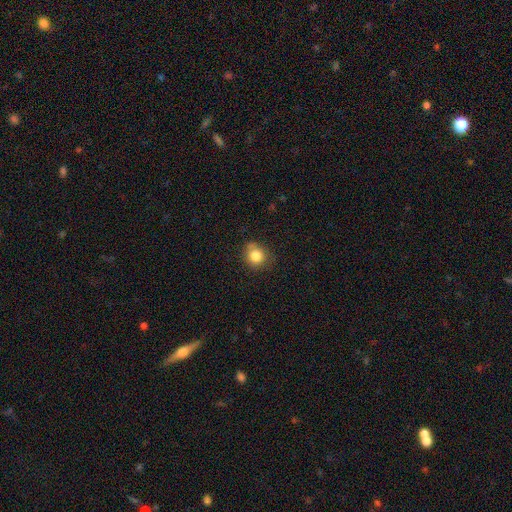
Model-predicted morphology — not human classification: The model was most divided on "merging": none: 73%, minor disturbance: 20%, major disturbance: 4%, merger: 3%. More confident: smooth or featured — smooth (82%); how rounded — round (81%).